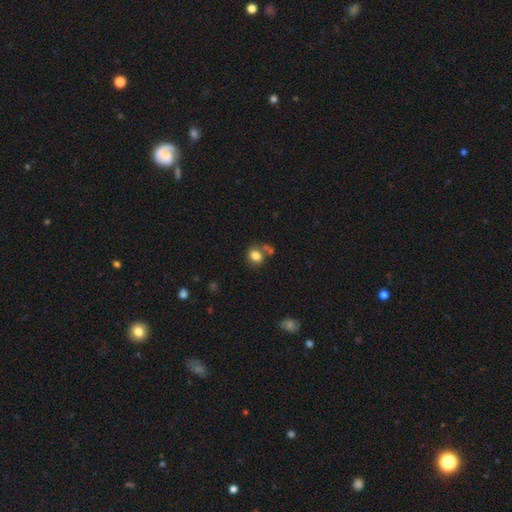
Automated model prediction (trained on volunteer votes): Smooth or featured? smooth (81%)
How rounded? round (55%)
Merging? none (57%)